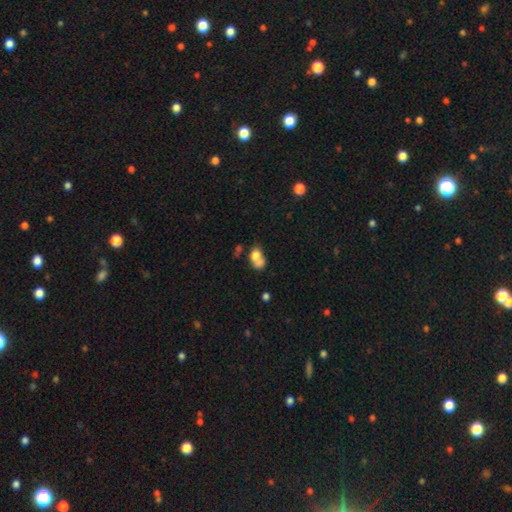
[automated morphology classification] Smooth or featured? smooth (71%)
How rounded? in between (70%)
Merging? merger (42%)